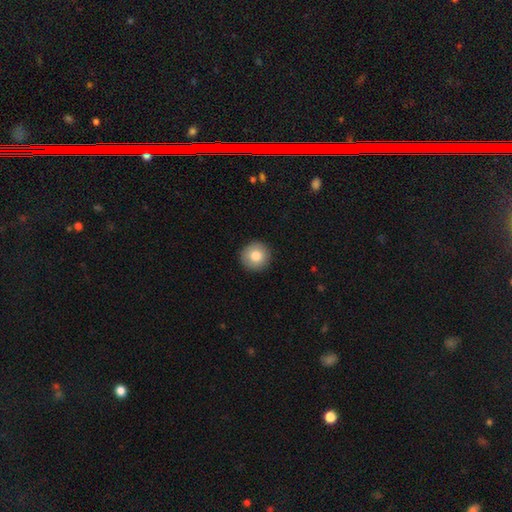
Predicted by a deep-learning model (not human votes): Q: Smooth or featured?
A: smooth (80%); runner-up: featured or disk (12%)
Q: How rounded?
A: round (95%); runner-up: in between (4%)
Q: Merging?
A: none (92%); runner-up: minor disturbance (6%)